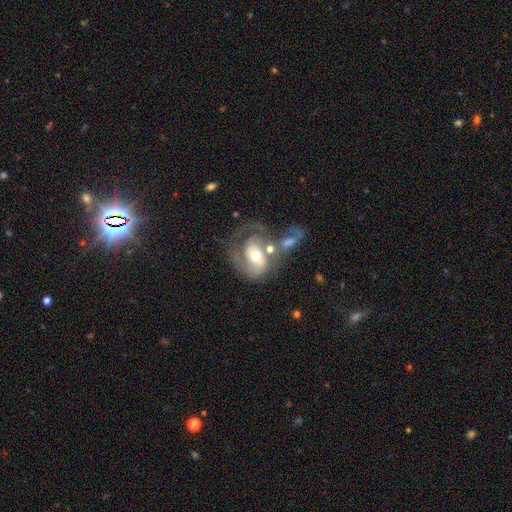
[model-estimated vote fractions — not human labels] Q: Smooth or featured?
A: featured or disk (70%); runner-up: smooth (24%)
Q: Edge-on disk?
A: no (96%); runner-up: yes (4%)
Q: Bar?
A: no (54%); runner-up: weak (32%)
Q: Spiral arms?
A: yes (79%); runner-up: no (21%)
Q: Spiral winding?
A: medium (39%); runner-up: tight (37%)
Q: Spiral arm count?
A: 2 (43%); runner-up: 1 (37%)
Q: Bulge size?
A: moderate (70%); runner-up: small (17%)
Q: Merging?
A: merger (30%); runner-up: none (28%)